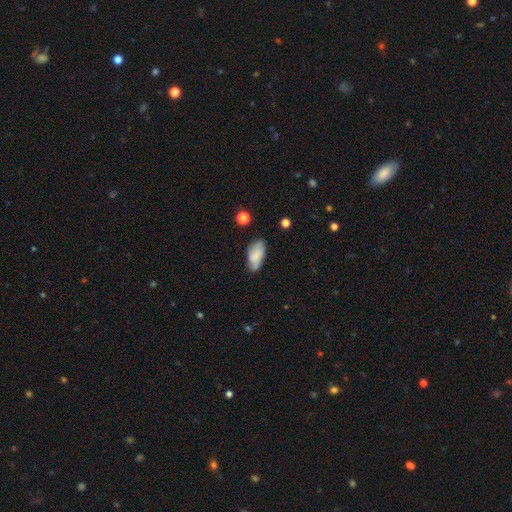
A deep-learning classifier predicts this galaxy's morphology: smooth 75%, featured or disk 17%, star or artifact 8%. Down the decision tree: how rounded — in between (91%); merging — none (61%).